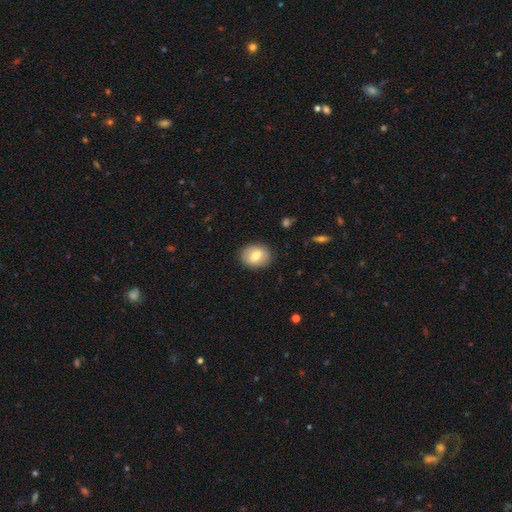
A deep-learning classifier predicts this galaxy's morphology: Smooth or featured?
  - smooth: 75% *
  - featured or disk: 18%
  - star or artifact: 8%
How rounded?
  - in between: 51% *
  - round: 48%
  - cigar-shaped: 1%
Merging?
  - none: 88% *
  - minor disturbance: 9%
  - major disturbance: 2%
  - merger: 1%